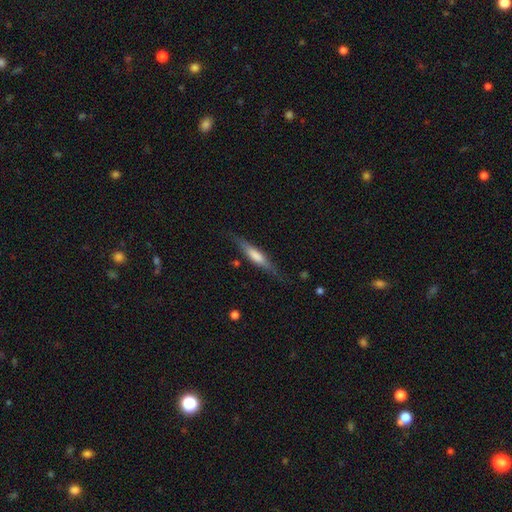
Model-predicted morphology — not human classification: Smooth or featured? featured or disk (53%)
Edge-on disk? yes (93%)
Merging? none (81%)